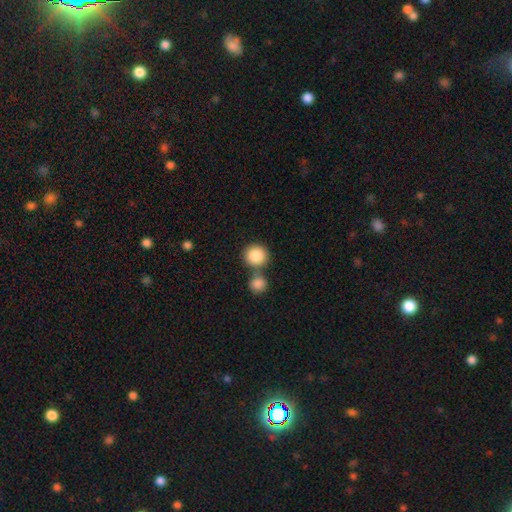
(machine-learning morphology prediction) Smooth or featured? smooth (86%)
How rounded? round (89%)
Merging? none (59%)